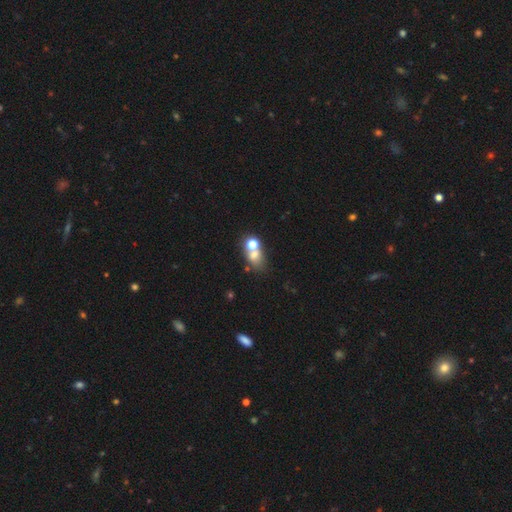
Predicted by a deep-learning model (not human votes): smooth_or_featured: smooth (p=0.63) [alt: star or artifact p=0.19]
how_rounded: in between (p=0.55) [alt: round p=0.43]
merging: merger (p=0.44) [alt: none p=0.39]